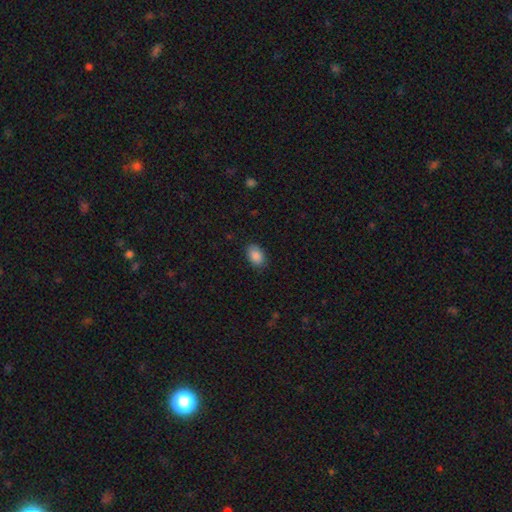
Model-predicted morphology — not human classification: The model was most divided on "how rounded": in between: 86%, round: 13%, cigar-shaped: 1%. More confident: smooth or featured — smooth (88%); merging — none (85%).